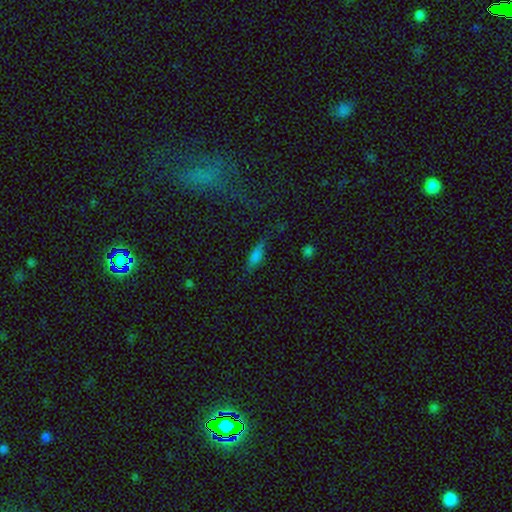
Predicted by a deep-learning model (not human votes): Overall: smooth (70%). How rounded: in between (57%; cigar-shaped 39%). Merging: none (67%).